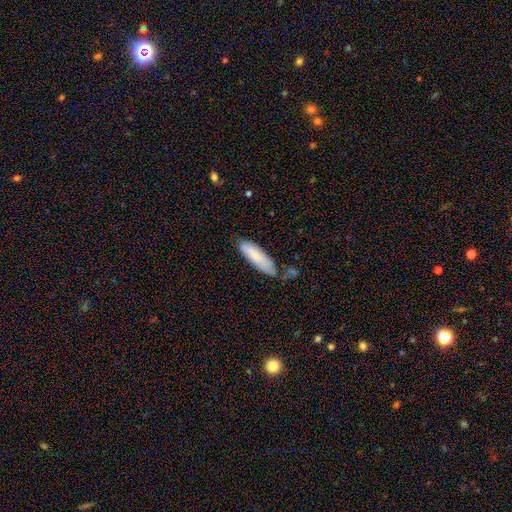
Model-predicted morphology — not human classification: This is likely a smooth galaxy (79%). How rounded: possibly cigar-shaped (53%). Merging: likely none (62%).